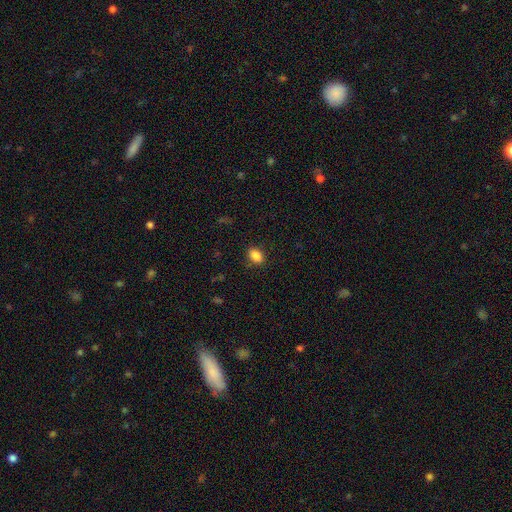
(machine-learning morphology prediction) smooth-or-featured: smooth: 87% | star or artifact: 9% | featured or disk: 4%
  how-rounded: in between: 77% | round: 22% | cigar-shaped: 1%
  merging: none: 87% | minor disturbance: 9% | major disturbance: 3% | merger: 1%